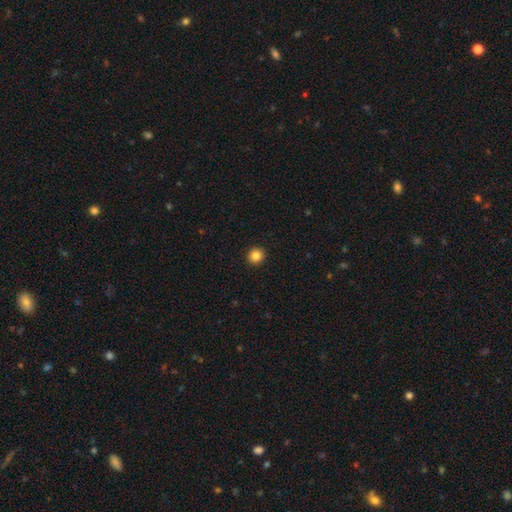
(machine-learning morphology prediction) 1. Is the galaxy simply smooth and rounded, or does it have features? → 84% smooth, 11% star or artifact, 5% featured or disk.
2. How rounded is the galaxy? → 91% round, 8% in between, 1% cigar-shaped.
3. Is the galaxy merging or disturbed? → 93% none, 4% minor disturbance, 1% major disturbance, 1% merger.